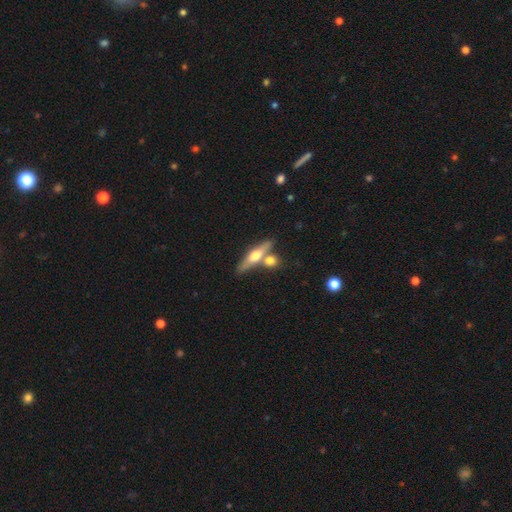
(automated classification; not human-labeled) Q: Smooth or featured?
A: featured or disk (56%); runner-up: smooth (38%)
Q: Edge-on disk?
A: yes (91%); runner-up: no (9%)
Q: Edge-on bulge?
A: rounded (93%); runner-up: boxy (4%)
Q: Merging?
A: none (63%); runner-up: merger (25%)